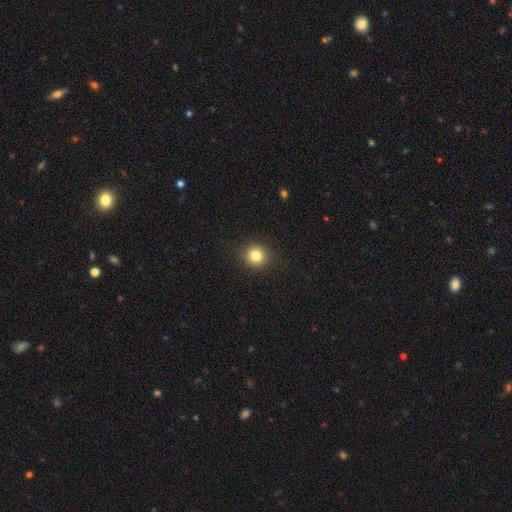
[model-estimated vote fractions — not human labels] smooth-or-featured: smooth: 82% | star or artifact: 12% | featured or disk: 6%
  how-rounded: round: 92% | in between: 8% | cigar-shaped: 1%
  merging: none: 91% | minor disturbance: 6% | major disturbance: 2% | merger: 1%